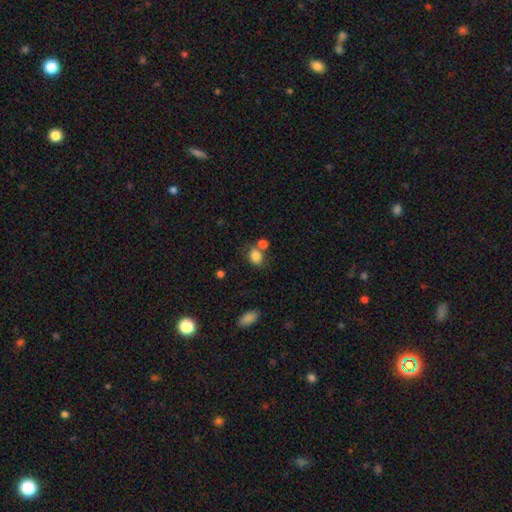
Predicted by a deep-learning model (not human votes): smooth_or_featured: smooth (p=0.83) [alt: star or artifact p=0.10]
how_rounded: in between (p=0.54) [alt: round p=0.45]
merging: none (p=0.54) [alt: merger p=0.25]